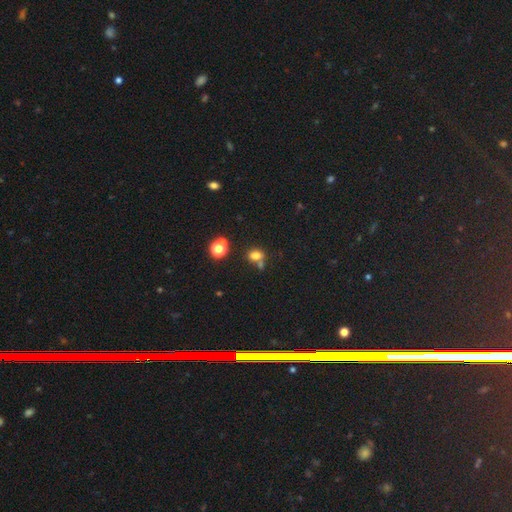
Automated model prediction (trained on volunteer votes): Smooth or featured? Predicted: smooth (p=0.74). How rounded? Predicted: in between (p=0.55). Merging? Predicted: none (p=0.56).